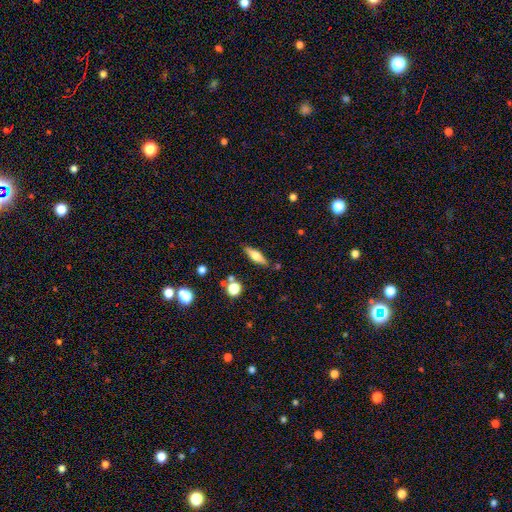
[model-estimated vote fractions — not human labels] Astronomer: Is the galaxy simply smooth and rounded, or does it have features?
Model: smooth — 57% (runner-up: featured or disk, 35%).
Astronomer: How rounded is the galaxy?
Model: cigar-shaped — 53% (runner-up: in between, 45%).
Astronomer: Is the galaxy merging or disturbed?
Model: none — 81%.